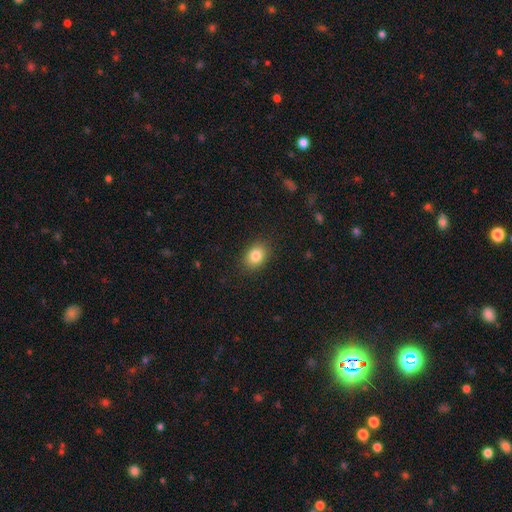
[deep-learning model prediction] Smooth or featured: smooth — 84% (star or artifact — 9%)
How rounded: in between — 68% (round — 31%)
Merging: none — 87% (minor disturbance — 9%)